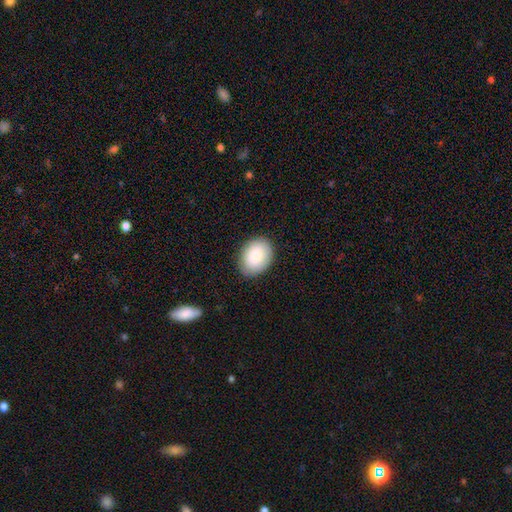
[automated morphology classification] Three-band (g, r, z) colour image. It shows a smooth galaxy with no disk features (84%) that is in between round and cigar-shaped (68%). Merging: none (86%).